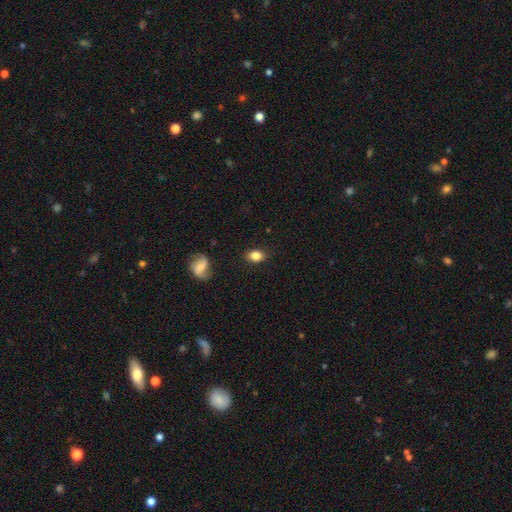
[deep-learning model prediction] Smooth or featured: smooth — 80% (featured or disk — 11%)
How rounded: in between — 78% (round — 20%)
Merging: none — 83% (minor disturbance — 12%)